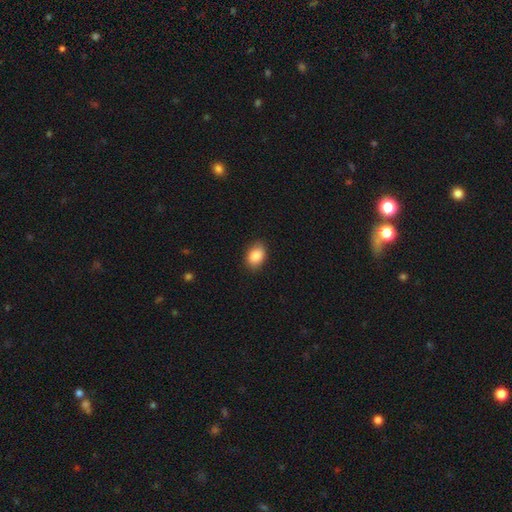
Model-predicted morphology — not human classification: Q: Smooth or featured?
A: smooth (88%); runner-up: star or artifact (7%)
Q: How rounded?
A: in between (80%); runner-up: round (19%)
Q: Merging?
A: none (85%); runner-up: minor disturbance (12%)